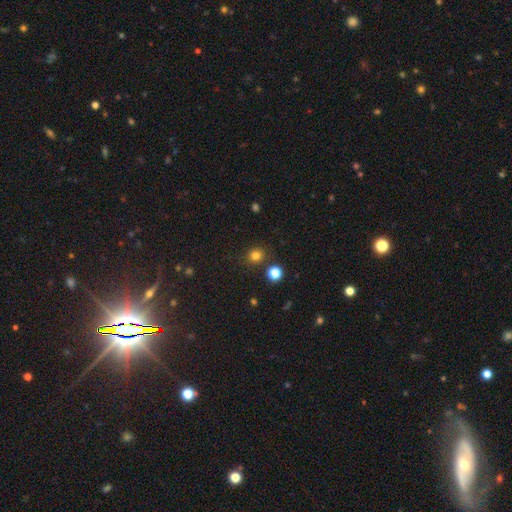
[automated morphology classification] smooth-or-featured: smooth: 79% | star or artifact: 16% | featured or disk: 5%
  how-rounded: round: 85% | in between: 14% | cigar-shaped: 1%
  merging: none: 84% | minor disturbance: 8% | merger: 5% | major disturbance: 3%